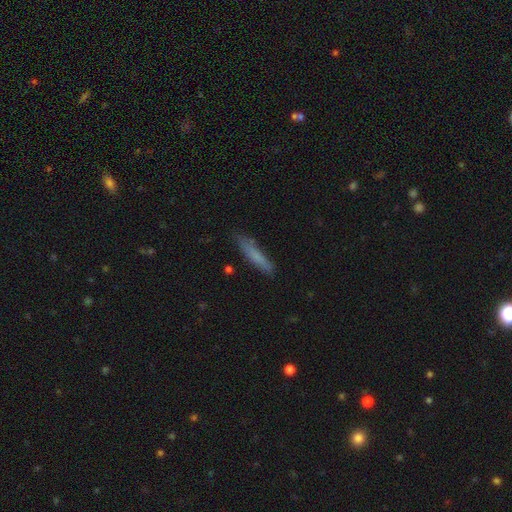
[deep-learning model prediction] The model was most divided on "smooth or featured": smooth: 74%, featured or disk: 19%, star or artifact: 7%. More confident: how rounded — cigar-shaped (89%); merging — none (79%).